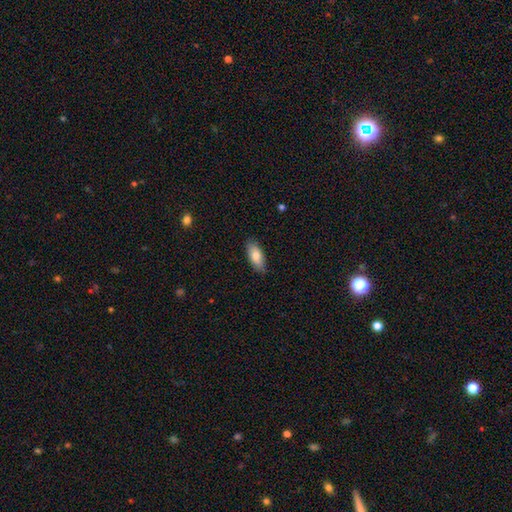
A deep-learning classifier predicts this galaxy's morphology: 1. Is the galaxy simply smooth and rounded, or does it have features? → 79% smooth, 15% featured or disk, 6% star or artifact.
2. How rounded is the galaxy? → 85% in between, 13% cigar-shaped, 2% round.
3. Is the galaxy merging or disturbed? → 85% none, 12% minor disturbance, 2% major disturbance, 1% merger.